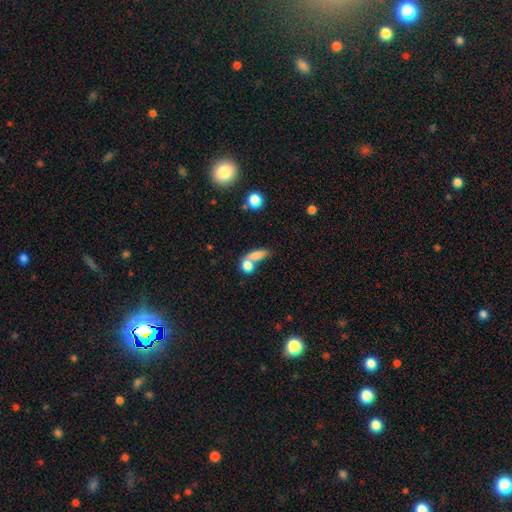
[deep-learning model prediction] Morphology: type=smooth (78%); roundness=in between (52%); merging=merger (47%).